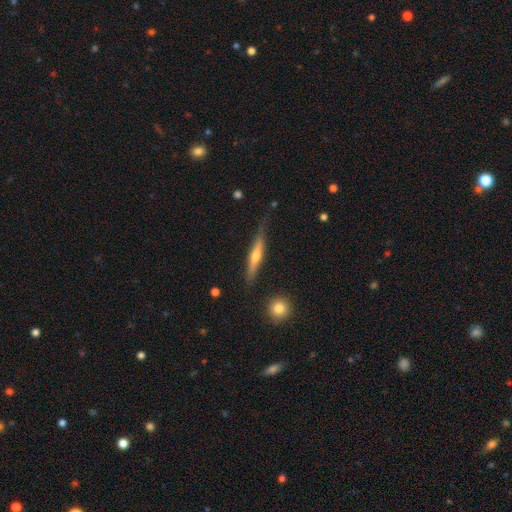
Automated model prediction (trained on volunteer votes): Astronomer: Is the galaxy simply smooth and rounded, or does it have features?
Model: featured or disk — 62%.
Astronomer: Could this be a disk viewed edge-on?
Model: yes — 95%.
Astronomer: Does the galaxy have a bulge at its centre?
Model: rounded — 85%.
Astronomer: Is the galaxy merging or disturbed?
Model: none — 73%.